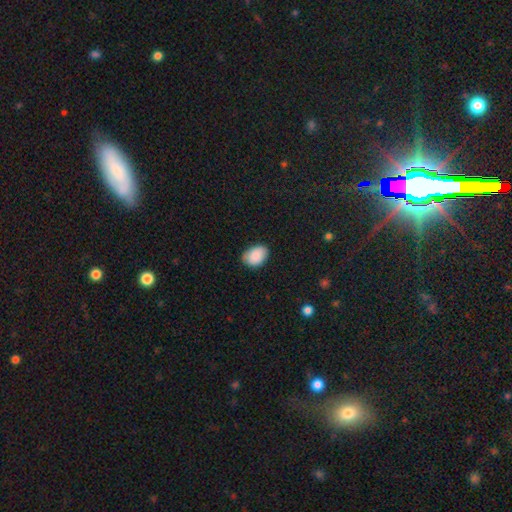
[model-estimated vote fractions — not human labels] Smooth or featured?
  - smooth: 89% *
  - star or artifact: 7%
  - featured or disk: 4%
How rounded?
  - in between: 80% *
  - round: 19%
  - cigar-shaped: 1%
Merging?
  - none: 75% *
  - minor disturbance: 21%
  - major disturbance: 3%
  - merger: 1%